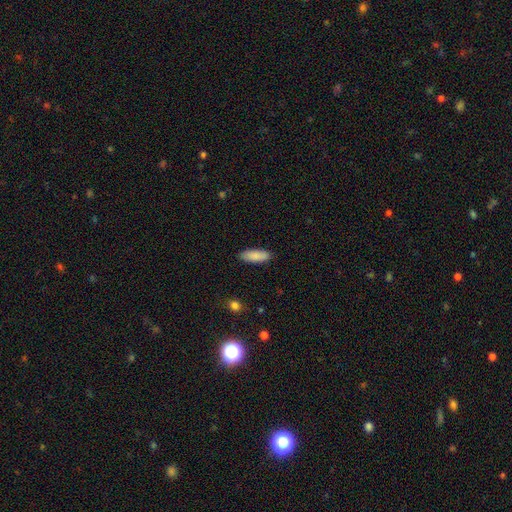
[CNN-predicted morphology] The model was most divided on "how rounded": in between: 65%, cigar-shaped: 33%, round: 2%. More confident: merging — none (89%); smooth or featured — smooth (88%).